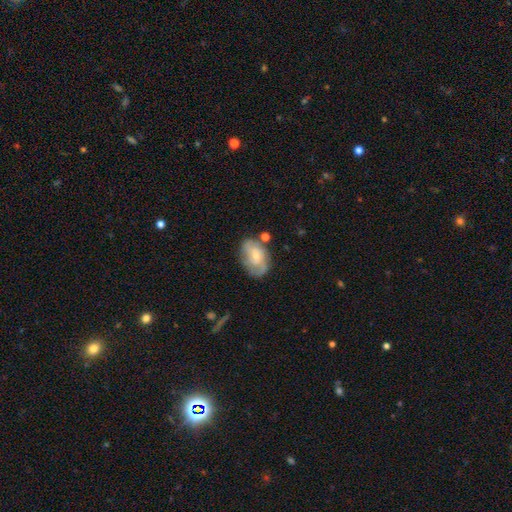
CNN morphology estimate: type=featured or disk (59%); edge-on=no (96%); bar=no (71%); spiral arms=yes (78%); bulge=small (65%); merging=none (56%).